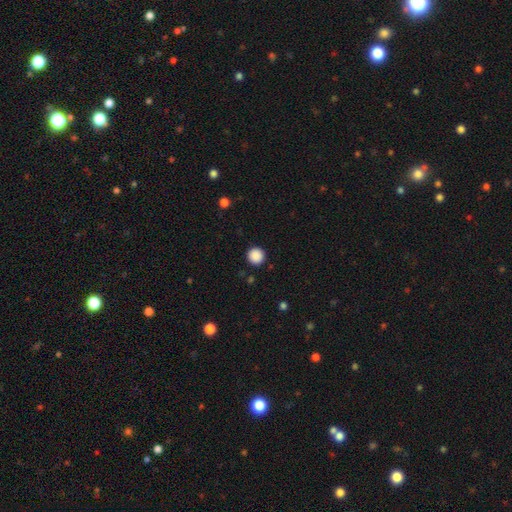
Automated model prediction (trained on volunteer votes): Morphology: type=smooth (88%); roundness=round (95%); merging=none (92%).